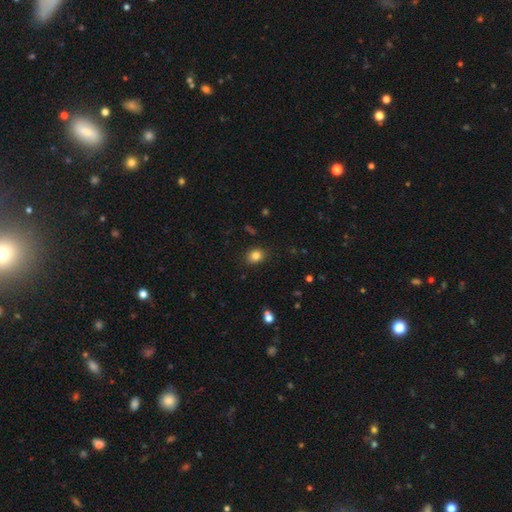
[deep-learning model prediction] This appears to be a smooth galaxy with no disk features (83%) that is in between round and cigar-shaped (55%). Merging: none (87%).